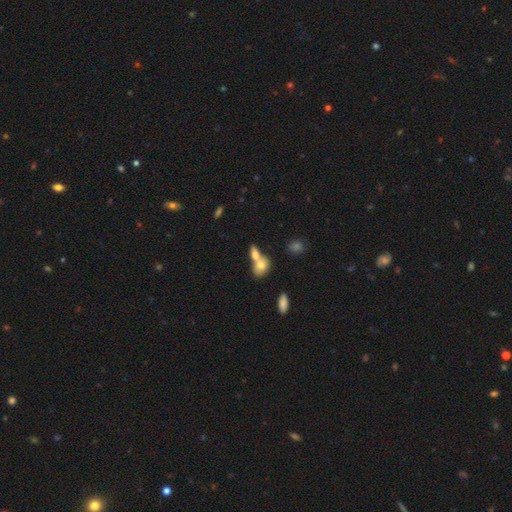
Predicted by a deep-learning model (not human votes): A smooth galaxy with no disk features (73%) that is in between round and cigar-shaped (75%).

Vote fractions:
- Smooth or featured? smooth: 73% / featured or disk: 18% / star or artifact: 9%
- How rounded? in between: 75% / round: 19% / cigar-shaped: 6%
- Merging? merger: 63% / none: 26% / minor disturbance: 7% / major disturbance: 4%